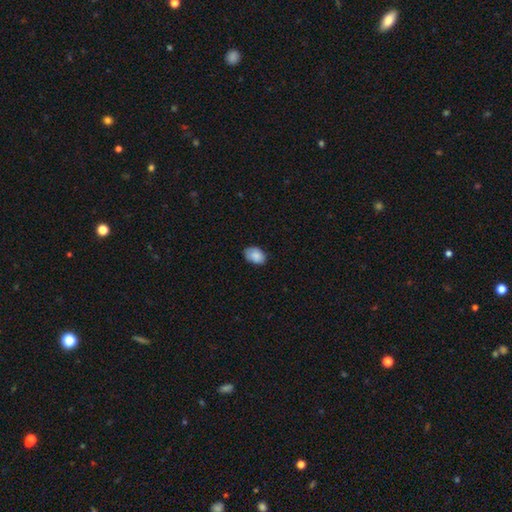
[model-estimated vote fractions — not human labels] The model was most divided on "merging": none: 76%, minor disturbance: 20%, major disturbance: 3%, merger: 1%. More confident: smooth or featured — smooth (85%); how rounded — in between (85%).